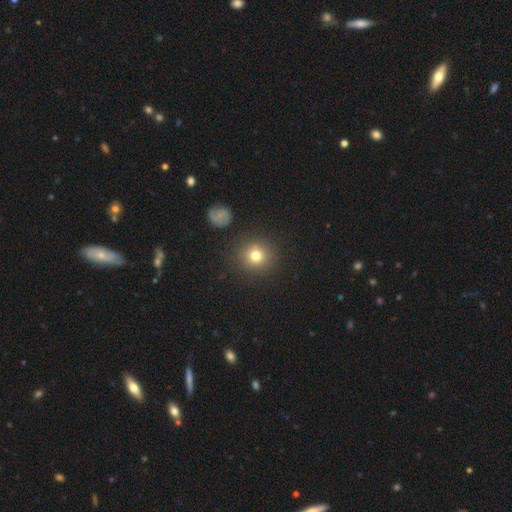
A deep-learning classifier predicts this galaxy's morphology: smooth-or-featured: smooth: 78% | star or artifact: 13% | featured or disk: 9%
  how-rounded: round: 90% | in between: 9% | cigar-shaped: 1%
  merging: none: 86% | minor disturbance: 8% | major disturbance: 3% | merger: 3%